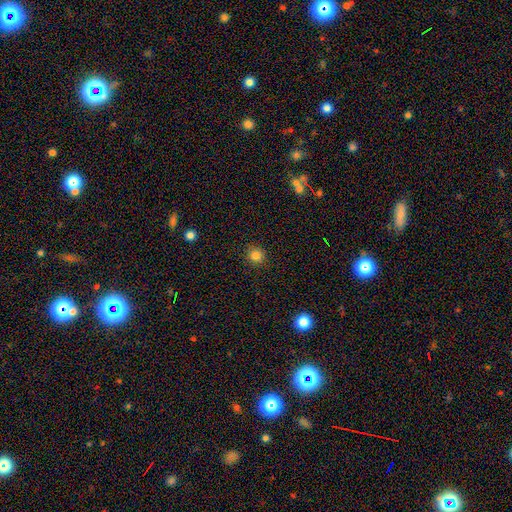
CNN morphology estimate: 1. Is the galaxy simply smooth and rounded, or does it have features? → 83% smooth, 13% star or artifact, 5% featured or disk.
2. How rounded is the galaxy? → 89% round, 10% in between, 1% cigar-shaped.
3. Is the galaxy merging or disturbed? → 90% none, 7% minor disturbance, 2% major disturbance, 1% merger.